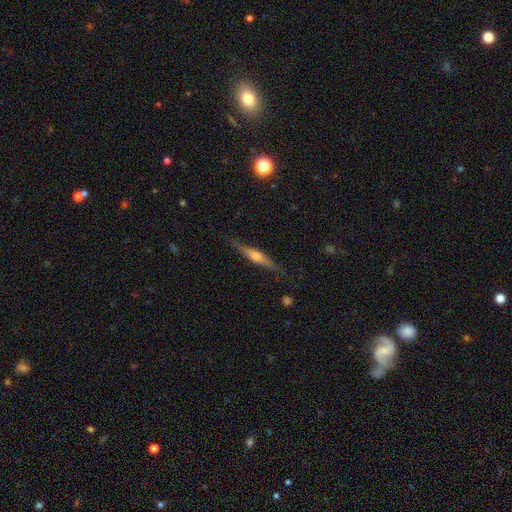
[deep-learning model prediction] This appears to be a featured or disk galaxy (73%) viewed edge-on (97%) with a rounded central bulge (82%). Merging: none (85%).